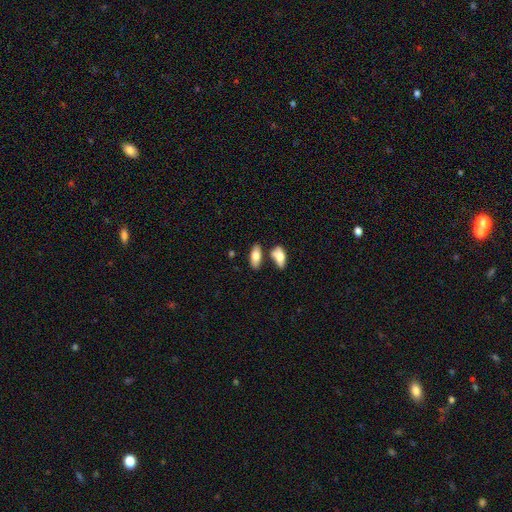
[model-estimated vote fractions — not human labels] Smooth or featured: smooth — 77% (featured or disk — 16%)
How rounded: in between — 85% (cigar-shaped — 12%)
Merging: none — 61% (merger — 22%)